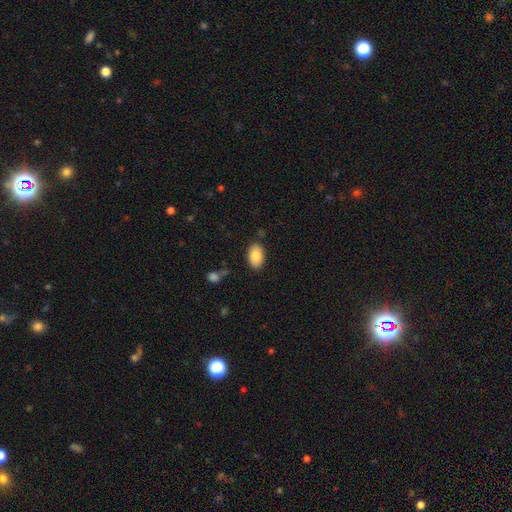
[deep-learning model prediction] Overall: smooth (87%). How rounded: in between (93%). Merging: none (85%).